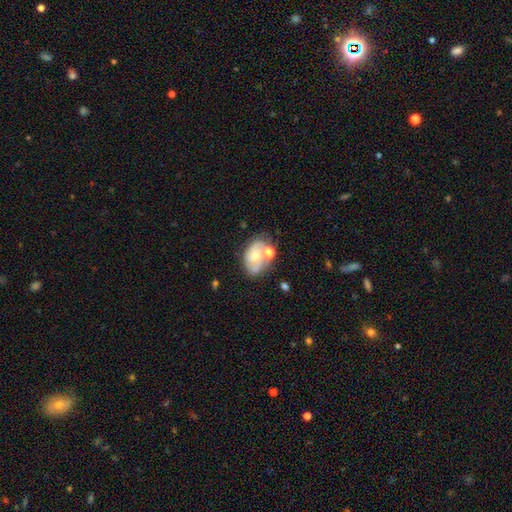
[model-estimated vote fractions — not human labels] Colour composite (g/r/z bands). It shows a featured or disk galaxy (60%) with no bar (67%), spiral arms (76%) and a moderate central bulge (47%). Merging: none (45%).